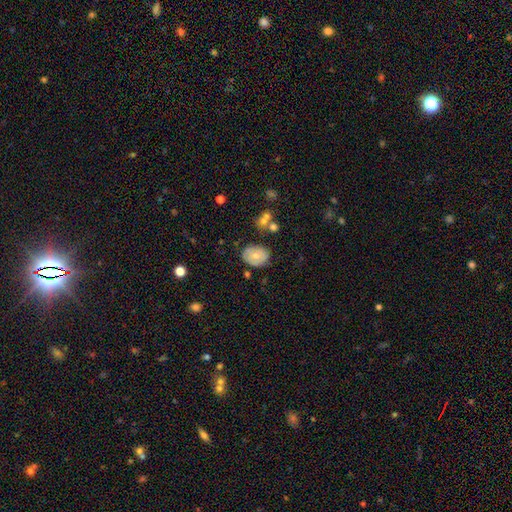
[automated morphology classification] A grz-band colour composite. It shows a smooth galaxy with no disk features (63%) that is in between round and cigar-shaped (69%). Merging: none (70%).